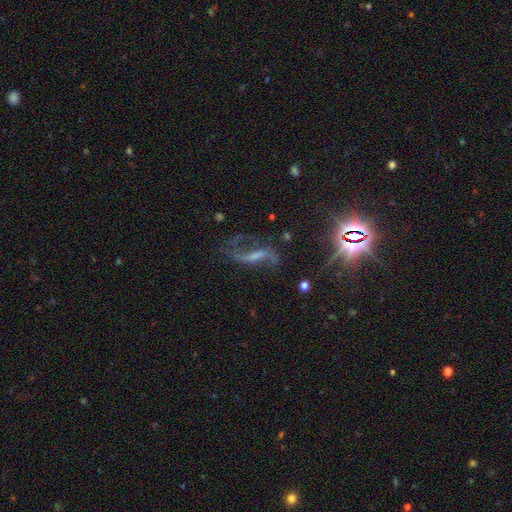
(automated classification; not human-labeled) This is likely a featured or disk galaxy (71%). It is clearly not viewed edge-on (90%). Bar: marginally strong (42%). Spiral arm pattern: clearly yes (88%). Spiral arm count: clearly 2 (87%). Spiral winding: clearly loose (80%). Central bulge: marginally none (42%). Merging: possibly none (55%).